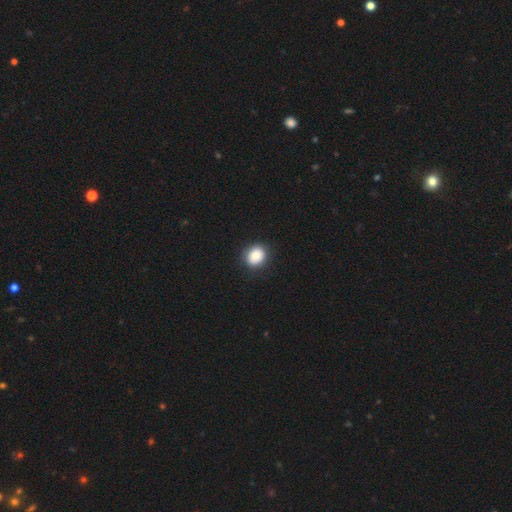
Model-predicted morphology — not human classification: Overall: smooth (83%). How rounded: round (72%). Merging: none (86%).